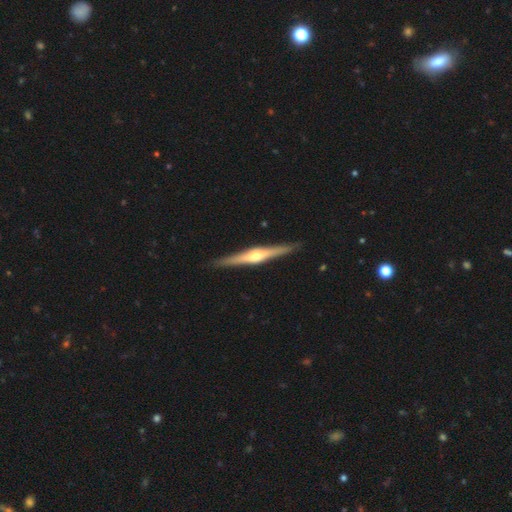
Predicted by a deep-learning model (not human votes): Smooth or featured: featured or disk — 78% (smooth — 18%)
Edge-on disk: yes — 98% (no — 2%)
Edge-on bulge: rounded — 89% (boxy — 7%)
Merging: none — 91% (minor disturbance — 7%)